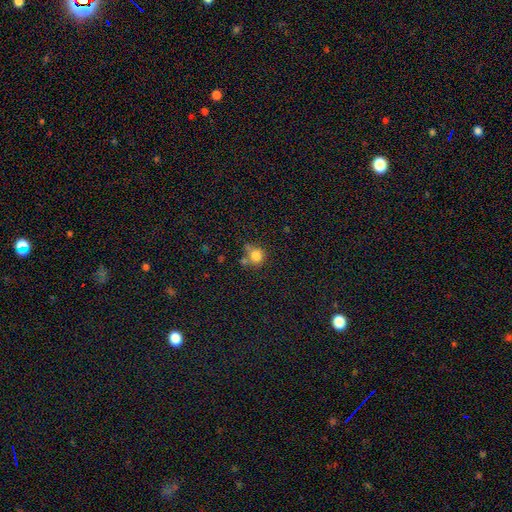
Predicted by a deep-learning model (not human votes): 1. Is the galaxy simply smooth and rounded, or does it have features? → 80% smooth, 12% star or artifact, 8% featured or disk.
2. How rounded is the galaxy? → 85% round, 14% in between, 1% cigar-shaped.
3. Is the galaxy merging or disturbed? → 55% none, 22% merger, 17% minor disturbance, 6% major disturbance.